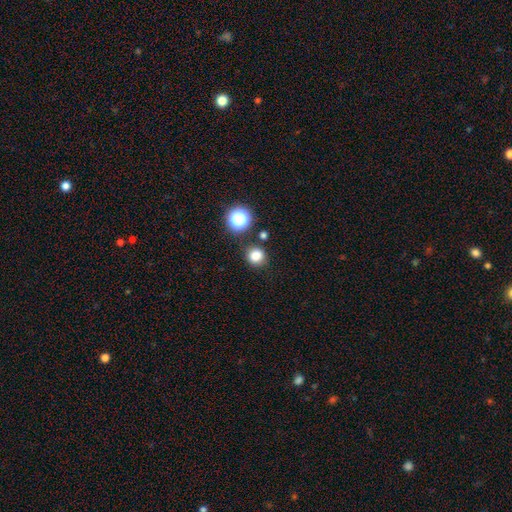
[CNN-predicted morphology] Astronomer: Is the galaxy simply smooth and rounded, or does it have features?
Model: smooth — 80%.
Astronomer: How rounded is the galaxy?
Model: round — 89%.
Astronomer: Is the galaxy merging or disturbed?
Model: none — 82%.